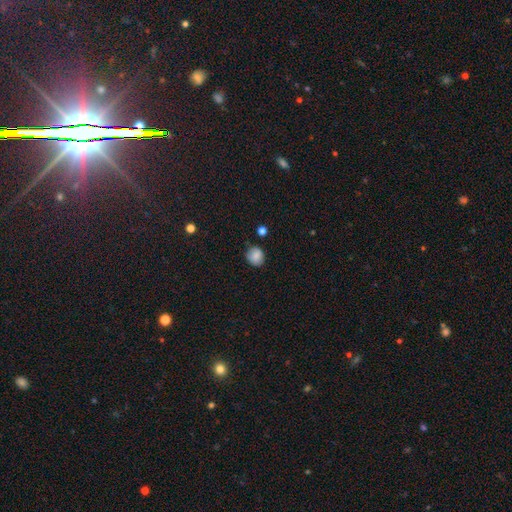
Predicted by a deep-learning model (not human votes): The model was most divided on "how rounded": round: 76%, in between: 23%, cigar-shaped: 1%. More confident: smooth or featured — smooth (85%); merging — none (79%).